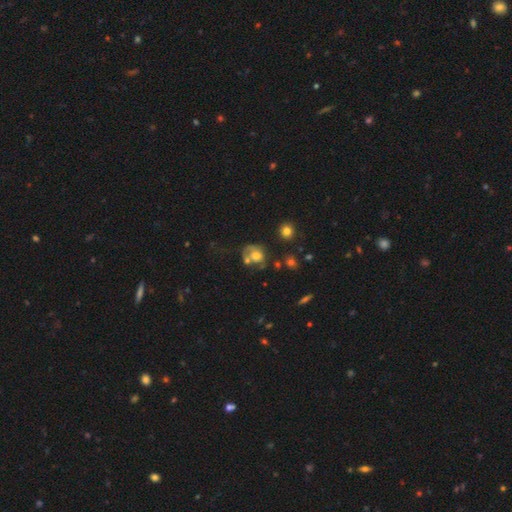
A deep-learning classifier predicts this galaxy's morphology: A smooth galaxy with no disk features (53%) that is round (63%).

Vote fractions:
- Smooth or featured? smooth: 53% / featured or disk: 36% / star or artifact: 12%
- How rounded? round: 63% / in between: 36% / cigar-shaped: 1%
- Merging? none: 33% / merger: 28% / minor disturbance: 20% / major disturbance: 19%